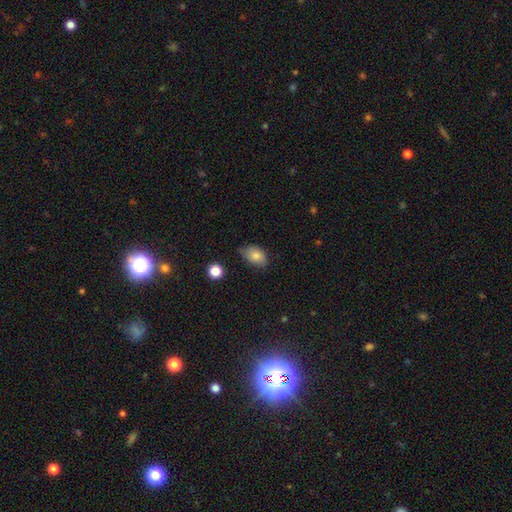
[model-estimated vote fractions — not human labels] Smooth or featured: smooth — 82% (featured or disk — 9%)
How rounded: in between — 86% (round — 13%)
Merging: none — 62% (minor disturbance — 30%)